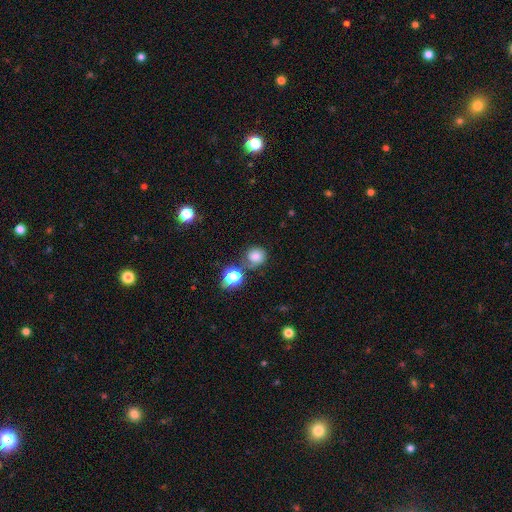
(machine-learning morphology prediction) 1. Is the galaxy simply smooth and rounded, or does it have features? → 74% smooth, 16% star or artifact, 10% featured or disk.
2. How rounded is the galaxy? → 82% round, 17% in between, 1% cigar-shaped.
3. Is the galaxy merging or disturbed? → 64% none, 17% minor disturbance, 13% merger, 7% major disturbance.